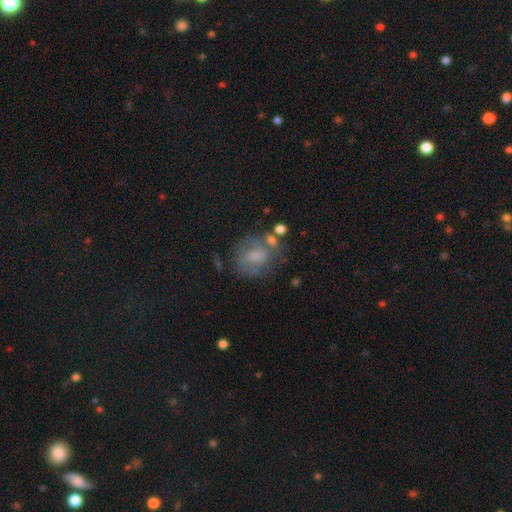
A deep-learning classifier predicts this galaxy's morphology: Smooth or featured: smooth — 48% (featured or disk — 40%)
Merging: none — 52% (minor disturbance — 23%)